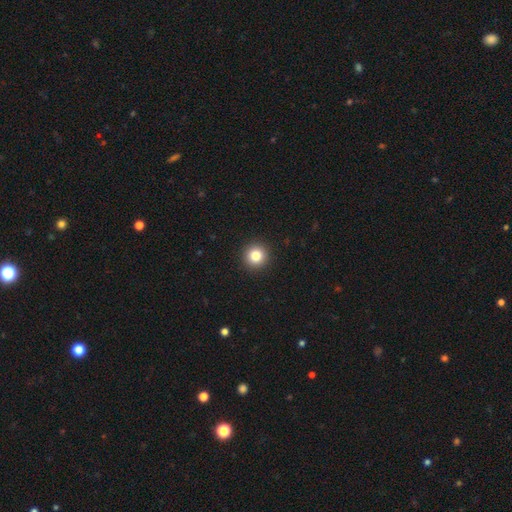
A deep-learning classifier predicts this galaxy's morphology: The model was most divided on "smooth or featured": smooth: 82%, star or artifact: 12%, featured or disk: 6%. More confident: how rounded — round (95%); merging — none (93%).